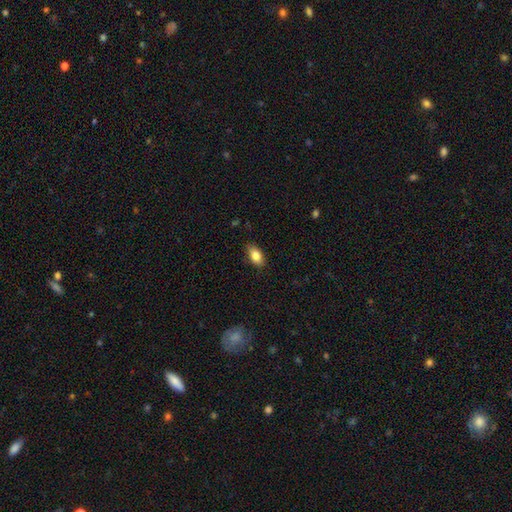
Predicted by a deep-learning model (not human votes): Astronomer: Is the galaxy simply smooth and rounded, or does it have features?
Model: smooth — 84%.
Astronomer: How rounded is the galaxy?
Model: in between — 90%.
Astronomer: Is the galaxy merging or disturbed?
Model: none — 85%.